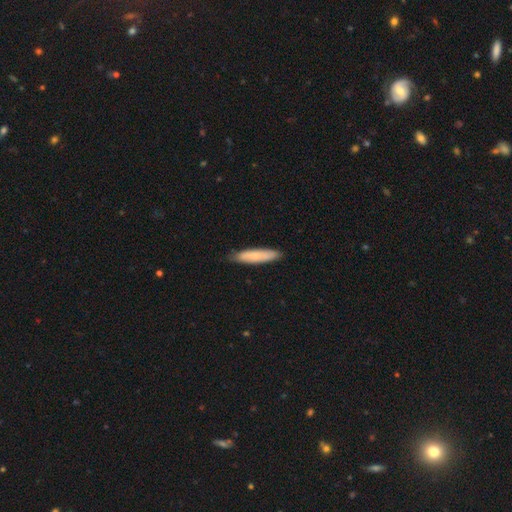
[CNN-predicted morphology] This is likely a smooth galaxy (77%). How rounded: clearly cigar-shaped (81%). Merging: clearly none (84%).